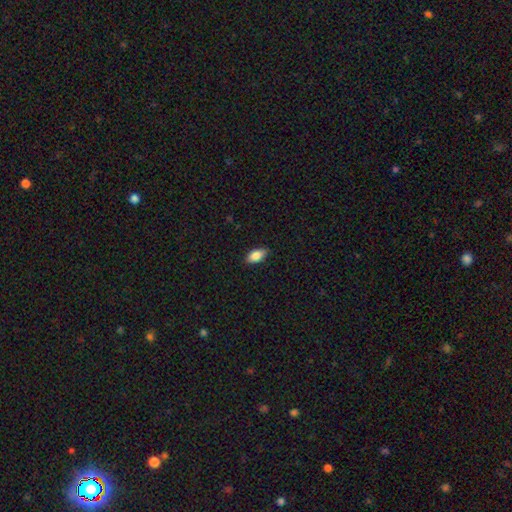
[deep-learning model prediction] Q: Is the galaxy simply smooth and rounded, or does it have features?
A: smooth — 86%.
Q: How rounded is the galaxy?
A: in between — 91%.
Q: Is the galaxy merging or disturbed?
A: none — 86%.